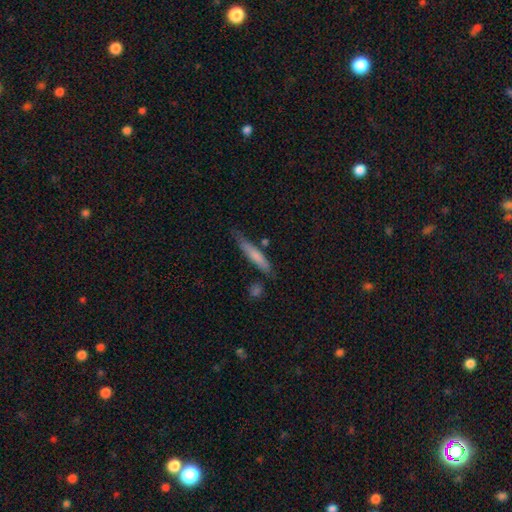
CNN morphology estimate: smooth_or_featured: smooth (p=0.69) [alt: featured or disk p=0.25]
how_rounded: cigar-shaped (p=0.91) [alt: in between p=0.07]
merging: none (p=0.71) [alt: minor disturbance p=0.19]